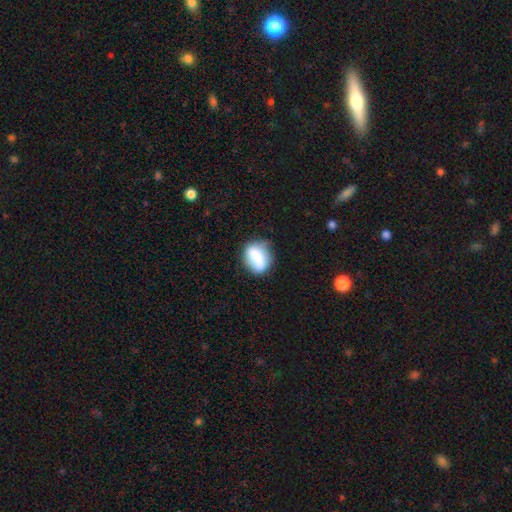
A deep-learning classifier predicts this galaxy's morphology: This appears to be a smooth galaxy with no disk features (67%) that is in between round and cigar-shaped (60%). Merging: none (68%).